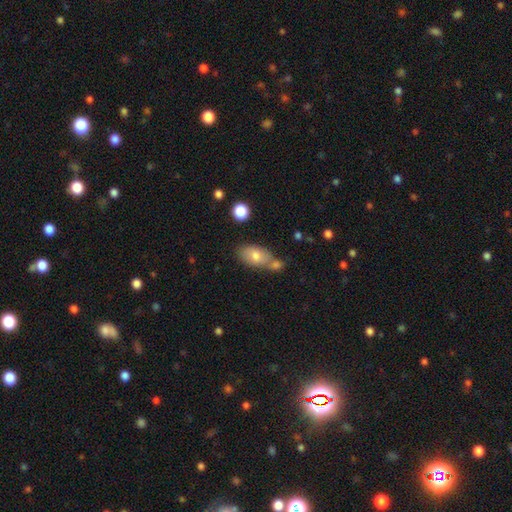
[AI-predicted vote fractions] This appears to be a smooth galaxy with no disk features (75%) that is in between round and cigar-shaped (88%). Merging: none (46%).